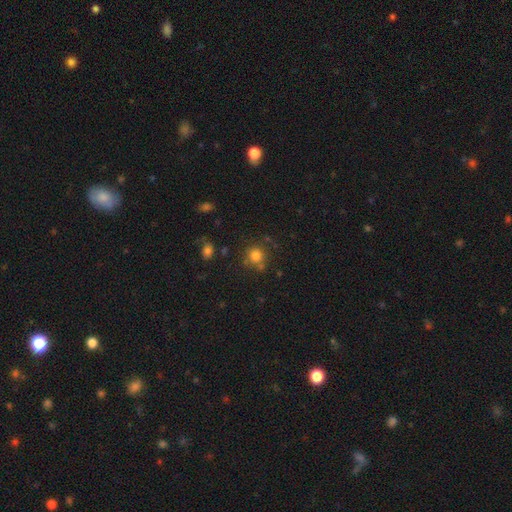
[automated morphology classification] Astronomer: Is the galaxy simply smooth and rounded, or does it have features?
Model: smooth — 78%.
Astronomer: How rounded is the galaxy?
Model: round — 89%.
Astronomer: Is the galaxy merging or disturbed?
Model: none — 72%.